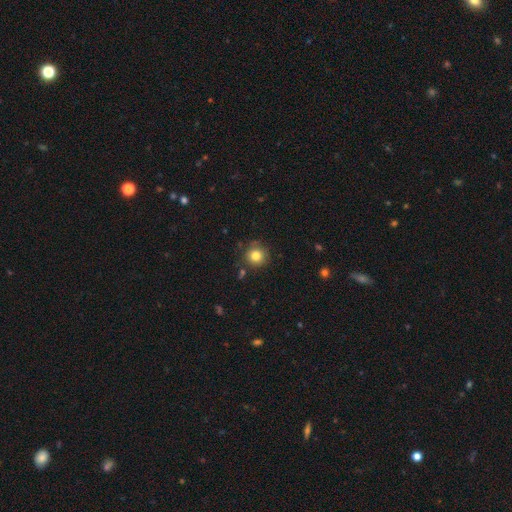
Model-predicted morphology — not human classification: smooth-or-featured: smooth: 82% | star or artifact: 11% | featured or disk: 7%
  how-rounded: round: 92% | in between: 7% | cigar-shaped: 1%
  merging: none: 81% | minor disturbance: 12% | merger: 4% | major disturbance: 3%